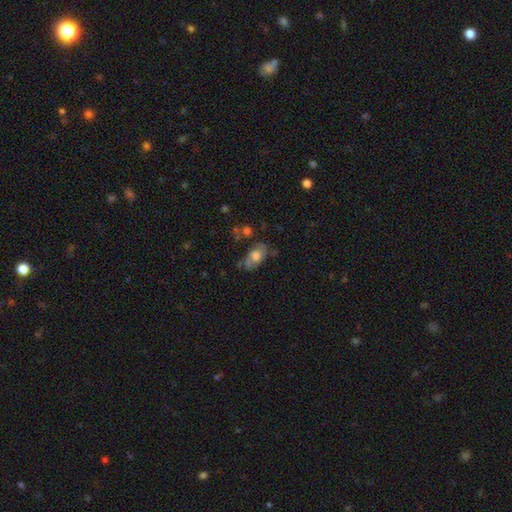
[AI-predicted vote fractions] Q: Smooth or featured?
A: smooth (59%); runner-up: featured or disk (32%)
Q: How rounded?
A: in between (87%); runner-up: round (9%)
Q: Merging?
A: none (49%); runner-up: minor disturbance (27%)